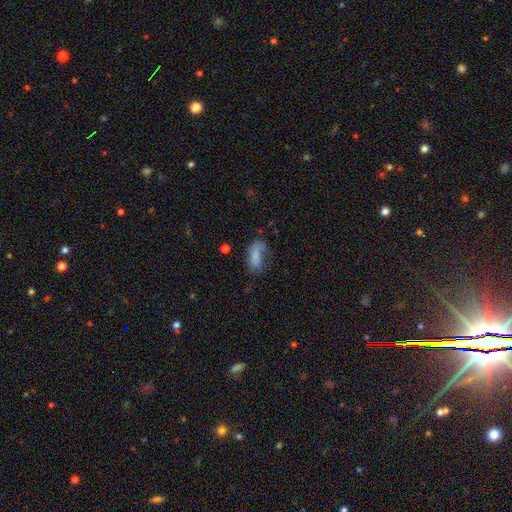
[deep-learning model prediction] The model was most divided on "merging": none: 38%, minor disturbance: 30%, major disturbance: 26%, merger: 6%. More confident: how rounded — in between (86%); smooth or featured — smooth (75%).